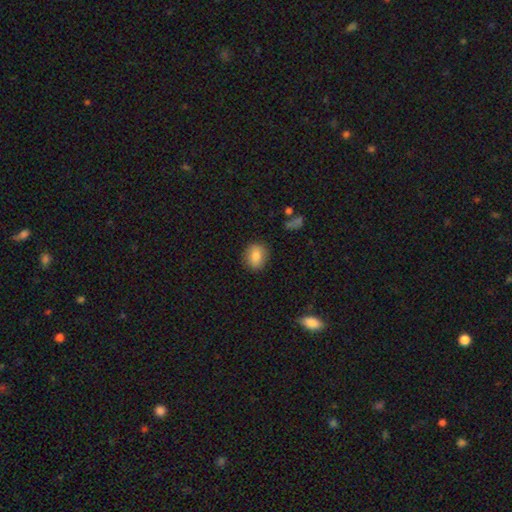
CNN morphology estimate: Overall: smooth (84%). How rounded: round (50%; in between 48%). Merging: none (84%).